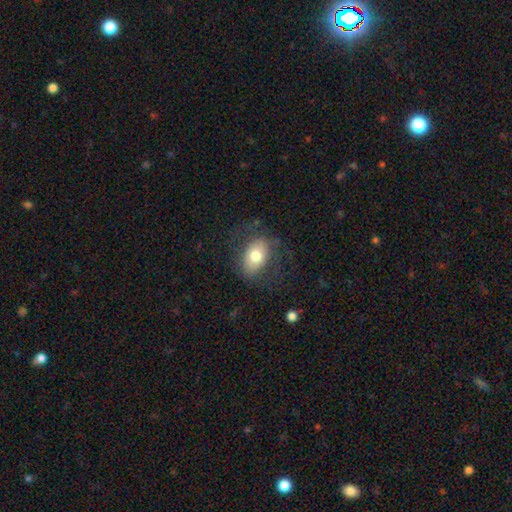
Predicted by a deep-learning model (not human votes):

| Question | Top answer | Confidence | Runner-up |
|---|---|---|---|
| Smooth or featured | smooth | 70% | featured or disk (21%) |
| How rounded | in between | 78% | round (21%) |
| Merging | none | 70% | minor disturbance (17%) |